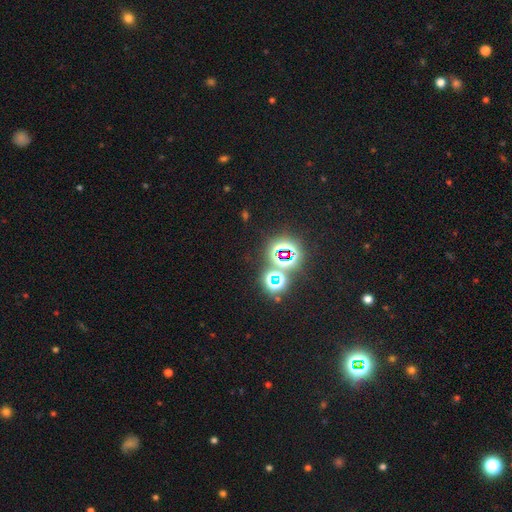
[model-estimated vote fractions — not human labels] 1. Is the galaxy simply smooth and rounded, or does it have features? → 76% star or artifact, 15% smooth, 9% featured or disk.